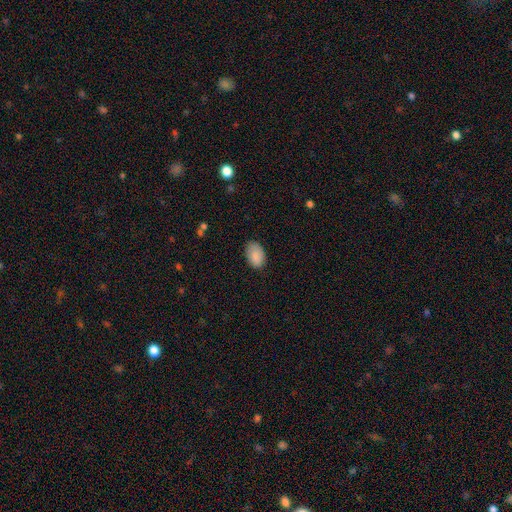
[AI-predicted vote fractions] A smooth galaxy with no disk features (88%) that is in between round and cigar-shaped (91%).

Vote fractions:
- Smooth or featured? smooth: 88% / star or artifact: 7% / featured or disk: 5%
- How rounded? in between: 91% / round: 8% / cigar-shaped: 1%
- Merging? none: 79% / minor disturbance: 17% / major disturbance: 3% / merger: 1%